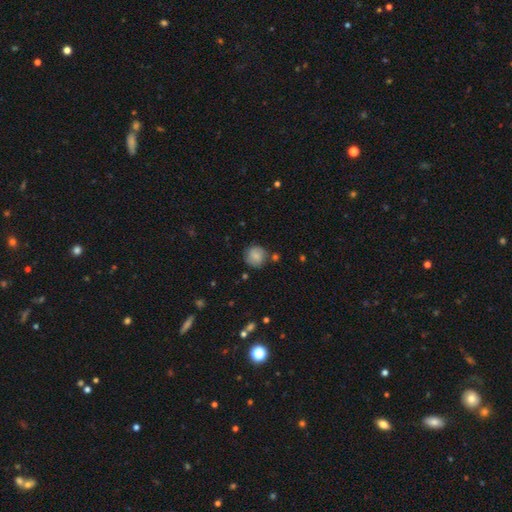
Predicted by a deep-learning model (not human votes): Morphology: type=smooth (77%); roundness=round (90%); merging=none (79%).